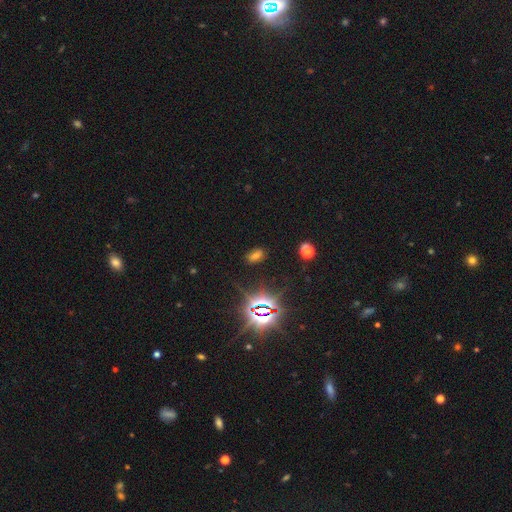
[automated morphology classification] This appears to be a smooth galaxy with no disk features (45%). Merging: none (81%).